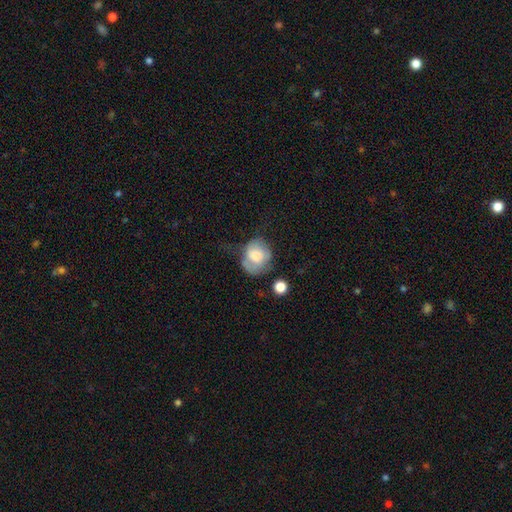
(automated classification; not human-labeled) Q: Smooth or featured?
A: smooth (63%); runner-up: featured or disk (28%)
Q: How rounded?
A: round (63%); runner-up: in between (36%)
Q: Merging?
A: none (32%); runner-up: major disturbance (31%)